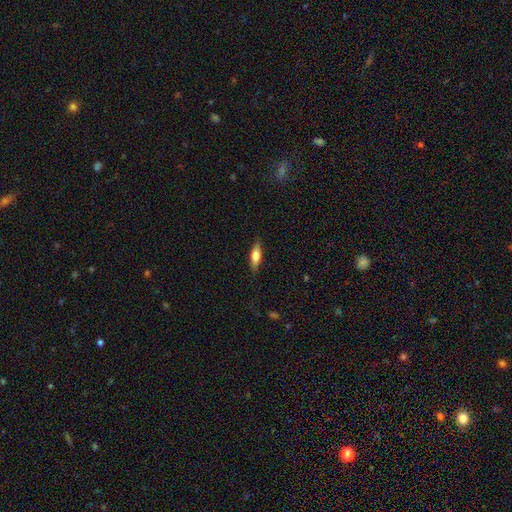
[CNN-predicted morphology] Smooth or featured: smooth — 67% (featured or disk — 27%)
How rounded: cigar-shaped — 50% (in between — 48%)
Merging: none — 86% (minor disturbance — 11%)